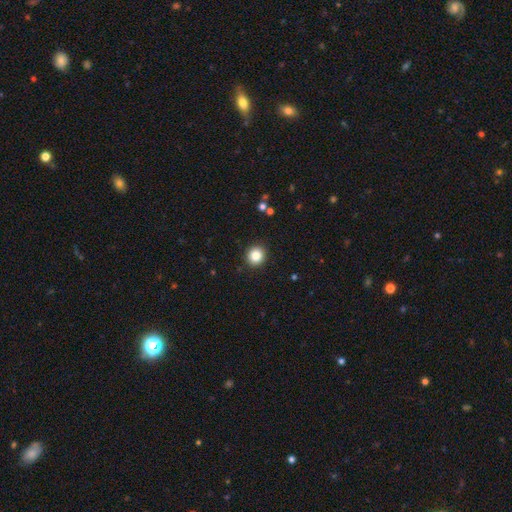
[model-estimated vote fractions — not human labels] This appears to be a smooth galaxy with no disk features (84%) that is round (89%). Merging: none (92%).